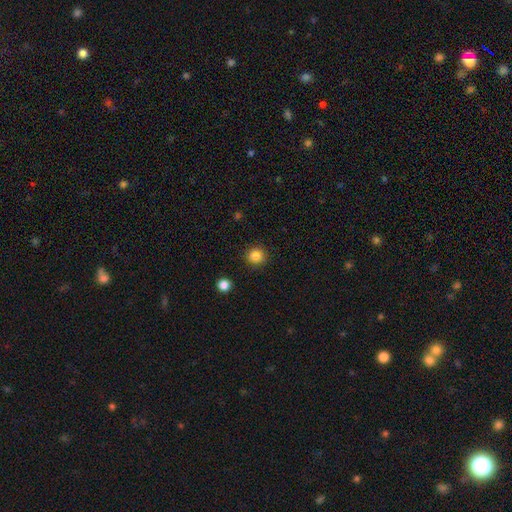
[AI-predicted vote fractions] Overall: smooth (85%). How rounded: round (92%). Merging: none (90%).